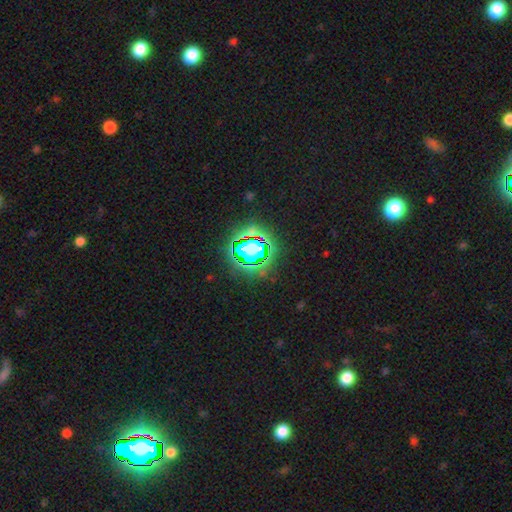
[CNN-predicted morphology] smooth-or-featured: star or artifact: 77% | smooth: 15% | featured or disk: 8%